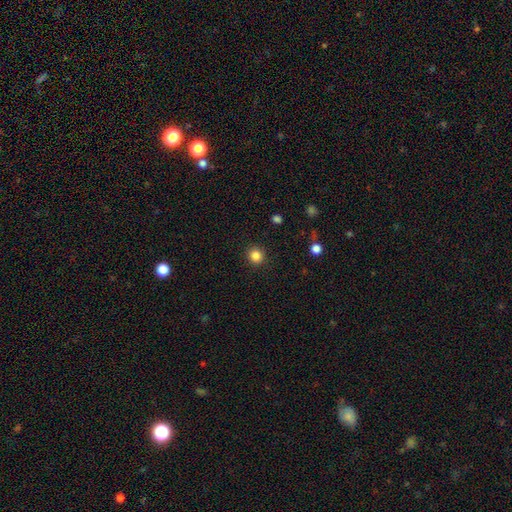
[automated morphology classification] Smooth or featured?
  - smooth: 84% *
  - star or artifact: 12%
  - featured or disk: 4%
How rounded?
  - round: 93% *
  - in between: 7%
  - cigar-shaped: 1%
Merging?
  - none: 92% *
  - minor disturbance: 5%
  - major disturbance: 2%
  - merger: 1%